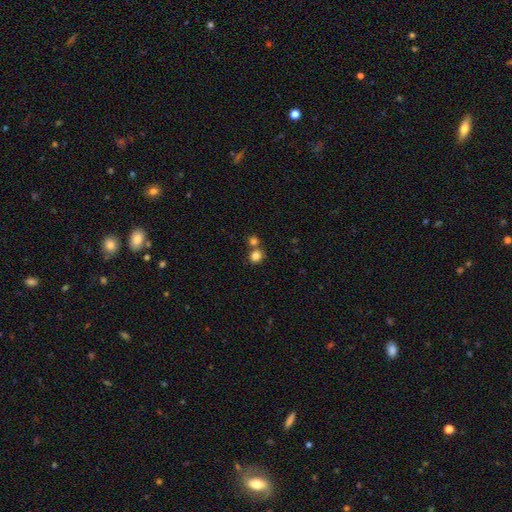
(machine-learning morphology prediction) Smooth or featured?
  - smooth: 83% *
  - star or artifact: 12%
  - featured or disk: 5%
How rounded?
  - round: 76% *
  - in between: 23%
  - cigar-shaped: 1%
Merging?
  - none: 60% *
  - merger: 29%
  - minor disturbance: 8%
  - major disturbance: 3%